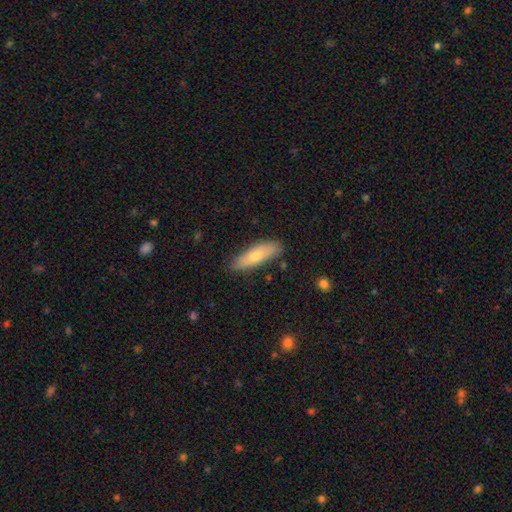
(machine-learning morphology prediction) Q: Smooth or featured?
A: smooth (71%); runner-up: featured or disk (23%)
Q: How rounded?
A: cigar-shaped (54%); runner-up: in between (44%)
Q: Merging?
A: none (84%); runner-up: minor disturbance (12%)